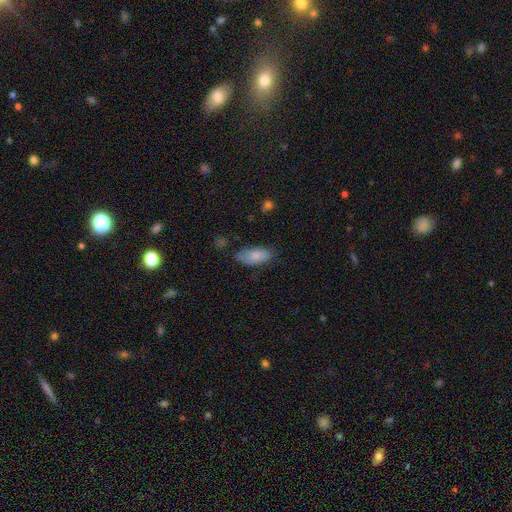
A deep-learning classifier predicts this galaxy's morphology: Smooth or featured?
  - smooth: 85% *
  - featured or disk: 9%
  - star or artifact: 6%
How rounded?
  - in between: 88% *
  - cigar-shaped: 10%
  - round: 2%
Merging?
  - none: 71% *
  - minor disturbance: 22%
  - major disturbance: 5%
  - merger: 2%